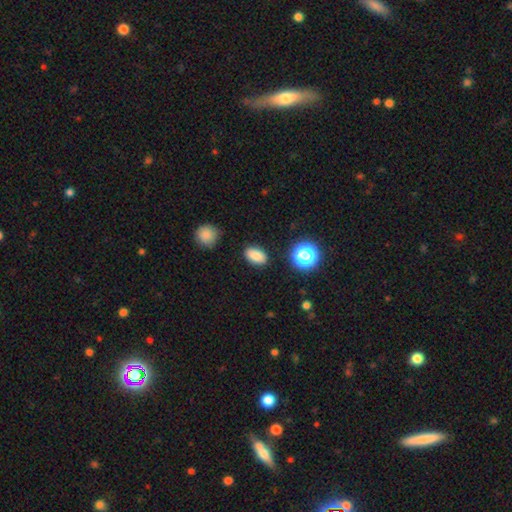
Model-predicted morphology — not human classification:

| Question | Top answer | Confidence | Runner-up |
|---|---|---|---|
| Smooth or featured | smooth | 83% | star or artifact (11%) |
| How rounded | in between | 86% | round (12%) |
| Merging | none | 87% | minor disturbance (9%) |